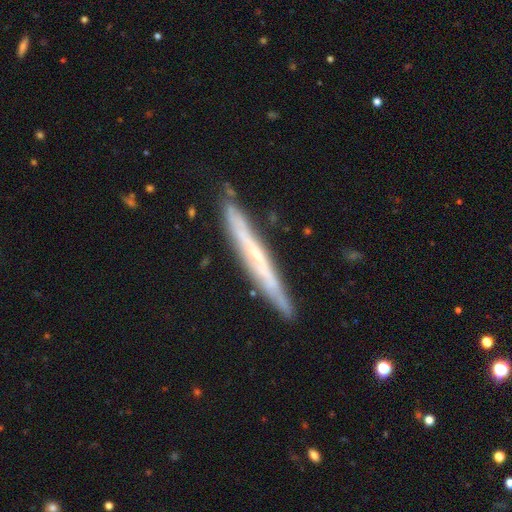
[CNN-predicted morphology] This appears to be a featured or disk galaxy (66%) viewed edge-on (90%) with no central bulge (73%). Merging: none (83%).